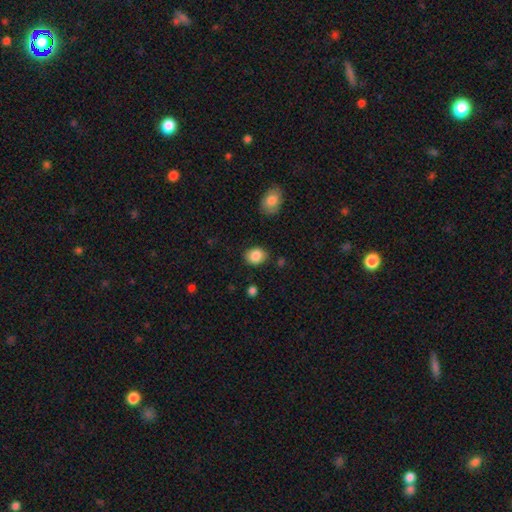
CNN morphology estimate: Smooth or featured?
  - smooth: 86% *
  - star or artifact: 8%
  - featured or disk: 6%
How rounded?
  - in between: 54% *
  - round: 45%
  - cigar-shaped: 1%
Merging?
  - none: 84% *
  - minor disturbance: 11%
  - major disturbance: 3%
  - merger: 2%